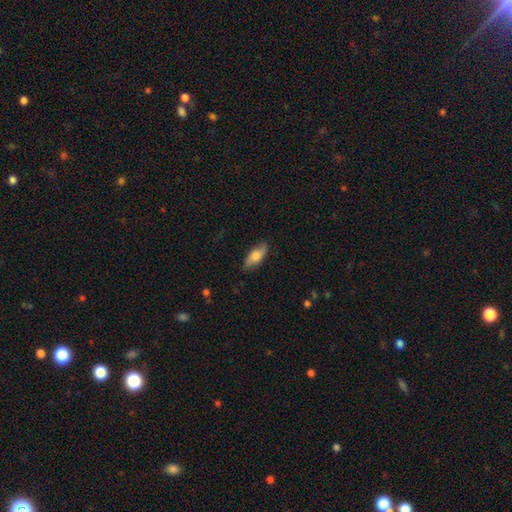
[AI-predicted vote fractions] This appears to be a smooth galaxy with no disk features (71%) that is in between round and cigar-shaped (77%). Merging: none (81%).